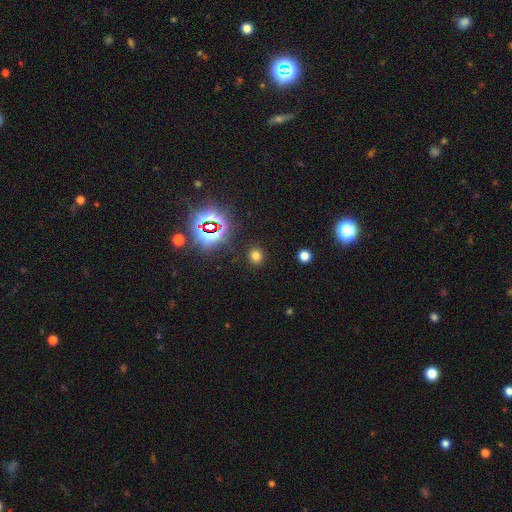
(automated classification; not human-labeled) Overall: smooth (67%). How rounded: round (83%). Merging: none (88%).